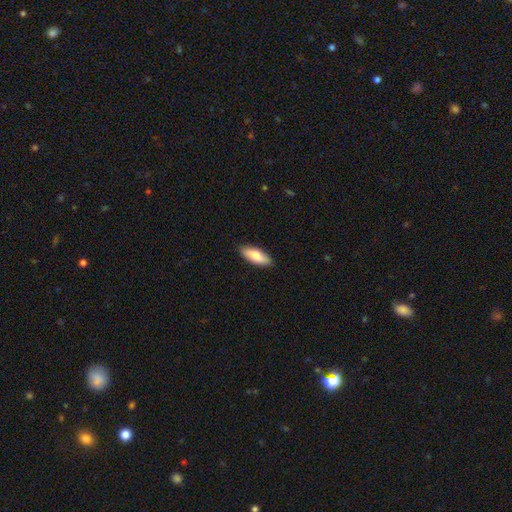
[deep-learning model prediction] This is likely a smooth galaxy (77%). How rounded: likely in between (73%). Merging: clearly none (89%).